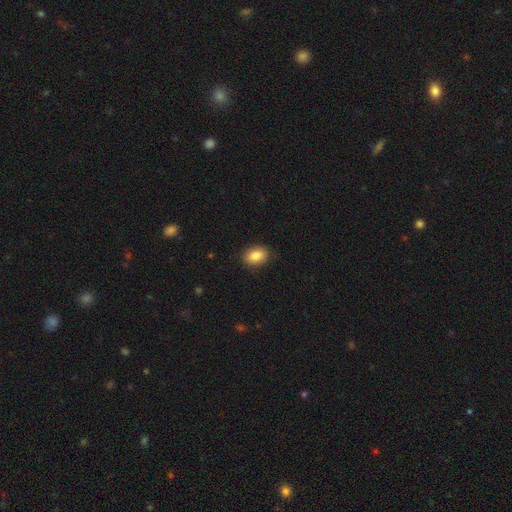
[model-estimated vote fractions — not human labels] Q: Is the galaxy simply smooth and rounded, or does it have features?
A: smooth — 87%.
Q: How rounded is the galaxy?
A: in between — 80%.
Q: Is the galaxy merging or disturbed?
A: none — 88%.